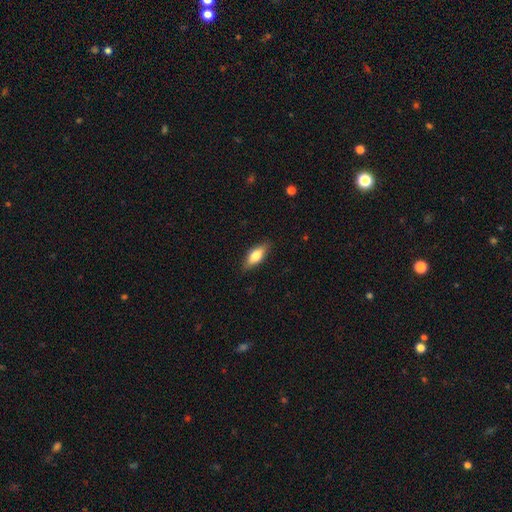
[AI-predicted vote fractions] Q: Smooth or featured?
A: smooth (68%); runner-up: featured or disk (25%)
Q: How rounded?
A: in between (72%); runner-up: cigar-shaped (25%)
Q: Merging?
A: none (86%); runner-up: minor disturbance (11%)